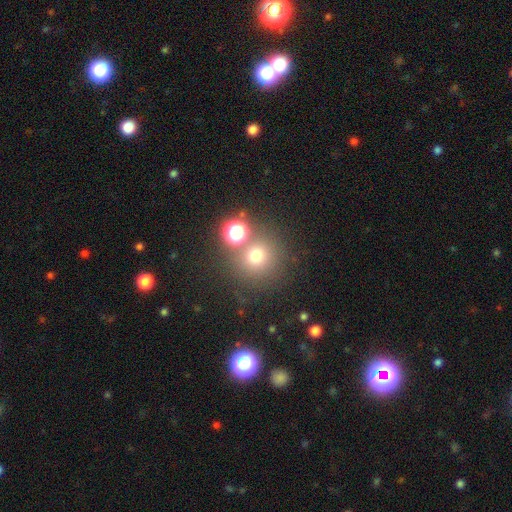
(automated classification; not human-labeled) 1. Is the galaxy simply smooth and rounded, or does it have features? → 70% smooth, 20% star or artifact, 10% featured or disk.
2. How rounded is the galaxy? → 92% round, 7% in between, 1% cigar-shaped.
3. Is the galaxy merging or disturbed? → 69% none, 18% merger, 8% minor disturbance, 5% major disturbance.